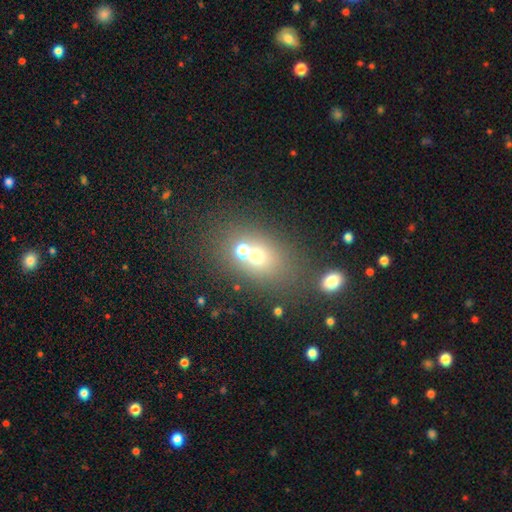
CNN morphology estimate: Smooth or featured?
  - smooth: 62% *
  - featured or disk: 19%
  - star or artifact: 18%
How rounded?
  - in between: 51% *
  - round: 48%
  - cigar-shaped: 2%
Merging?
  - none: 44% *
  - merger: 42%
  - minor disturbance: 9%
  - major disturbance: 5%